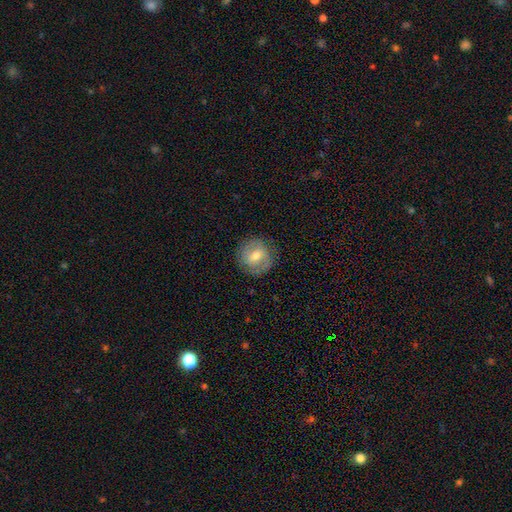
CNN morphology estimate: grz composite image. It shows a featured or disk galaxy (50%). Merging: none (85%).